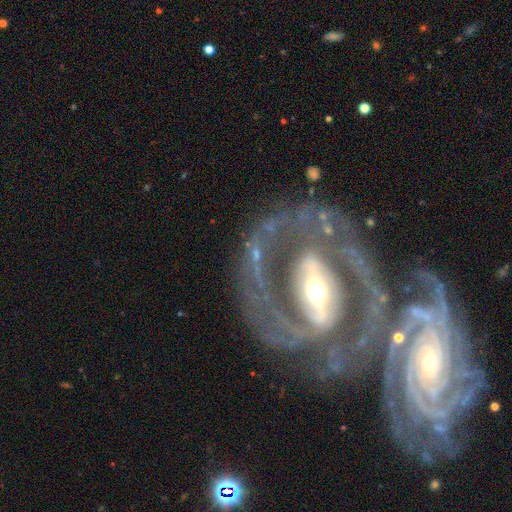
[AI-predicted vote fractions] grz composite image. It shows a featured or disk galaxy (87%) with a strong bar (52%), 2 (50%) tight (59%) spiral arms (88%) and a moderate central bulge (54%). Merging: none (40%).